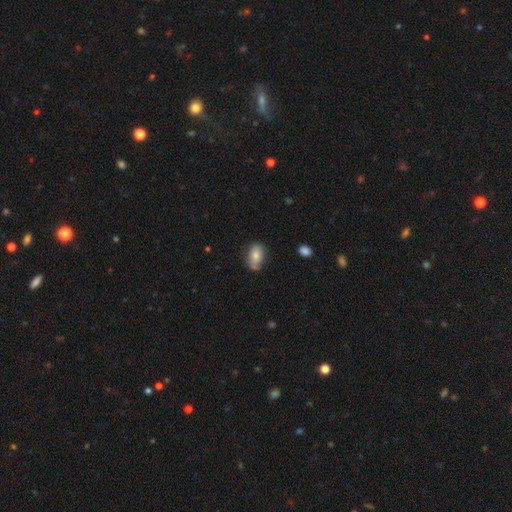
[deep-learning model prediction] The model was most divided on "merging": none: 68%, minor disturbance: 25%, major disturbance: 4%, merger: 3%. More confident: how rounded — in between (89%); smooth or featured — smooth (75%).